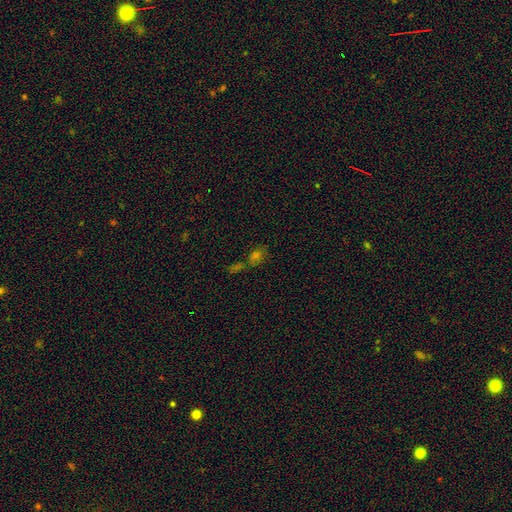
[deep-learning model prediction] Smooth or featured?
  - smooth: 52% *
  - star or artifact: 35%
  - featured or disk: 13%
How rounded?
  - in between: 61% *
  - round: 34%
  - cigar-shaped: 5%
Merging?
  - none: 44% *
  - merger: 38%
  - minor disturbance: 11%
  - major disturbance: 7%